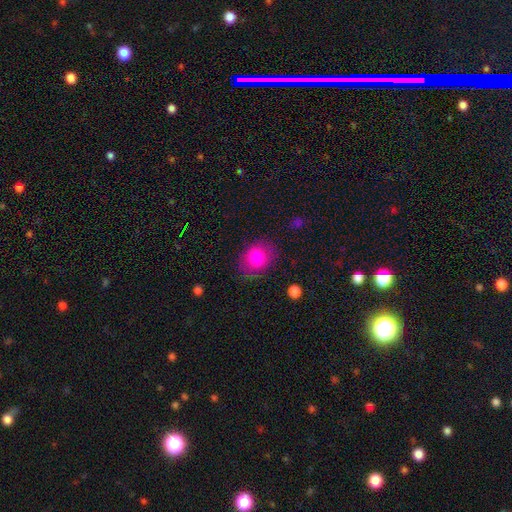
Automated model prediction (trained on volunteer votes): smooth_or_featured: smooth (p=0.81) [alt: featured or disk p=0.11]
how_rounded: in between (p=0.56) [alt: round p=0.43]
merging: none (p=0.74) [alt: minor disturbance p=0.18]